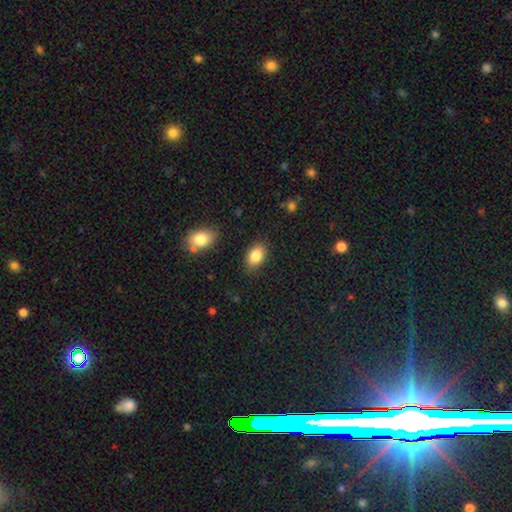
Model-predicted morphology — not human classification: smooth-or-featured: smooth: 85% | star or artifact: 8% | featured or disk: 7%
  how-rounded: in between: 89% | round: 10% | cigar-shaped: 2%
  merging: none: 85% | minor disturbance: 10% | major disturbance: 3% | merger: 2%